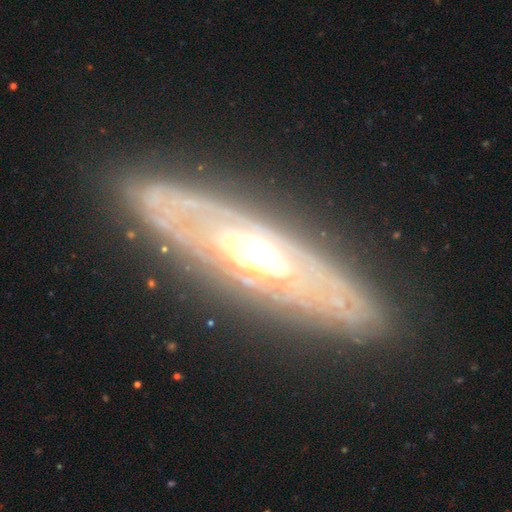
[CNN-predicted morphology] Overall: featured or disk (83%). Edge-on disk: no (63%; yes 37%). Bar: no (80%). Spiral arms: yes (52%; no 48%). Bulge size: moderate (56%; large 34%). Merging: none (81%).